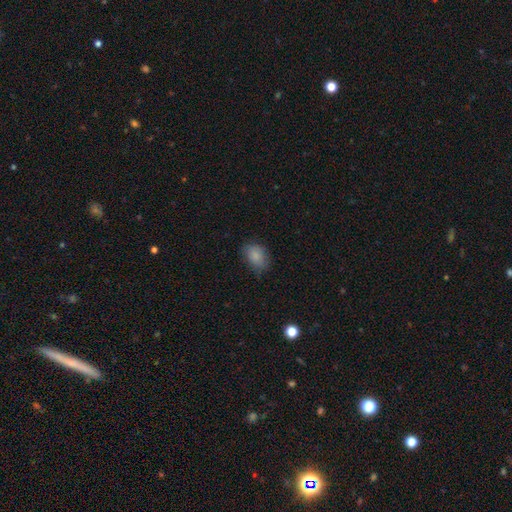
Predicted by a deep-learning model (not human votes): Smooth or featured? smooth (86%)
How rounded? in between (75%)
Merging? none (73%)